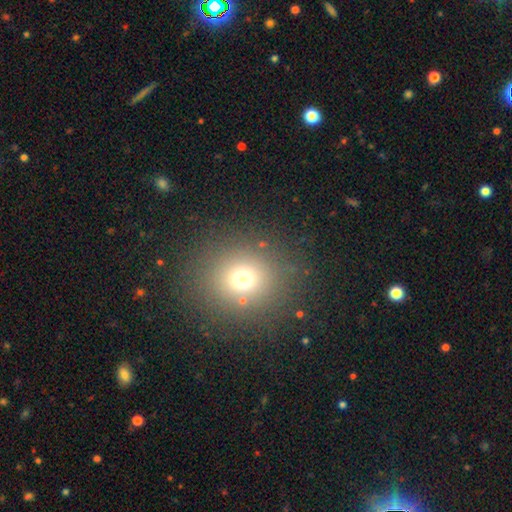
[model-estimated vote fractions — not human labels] A smooth galaxy with no disk features (66%) that is round (82%). Merging: none (88%).